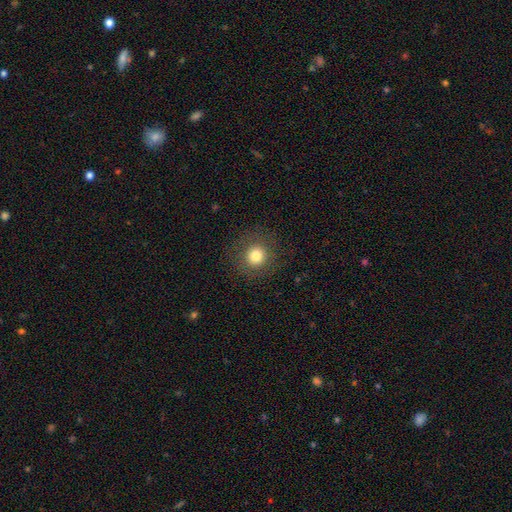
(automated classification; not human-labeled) smooth-or-featured: smooth: 79% | star or artifact: 12% | featured or disk: 9%
  how-rounded: round: 93% | in between: 6% | cigar-shaped: 1%
  merging: none: 88% | minor disturbance: 7% | major disturbance: 4% | merger: 1%